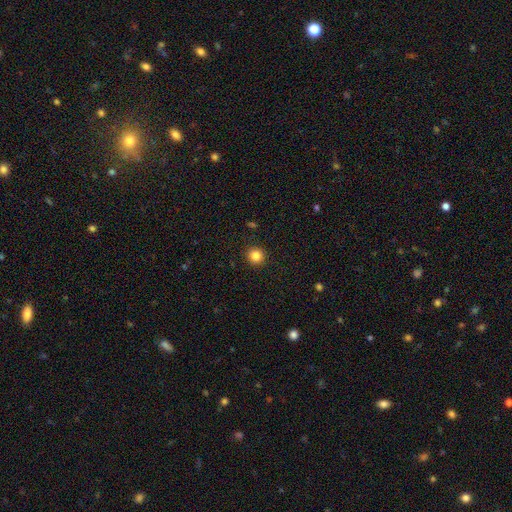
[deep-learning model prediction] Q: Smooth or featured?
A: smooth (85%); runner-up: star or artifact (11%)
Q: How rounded?
A: round (95%); runner-up: in between (4%)
Q: Merging?
A: none (93%); runner-up: minor disturbance (5%)